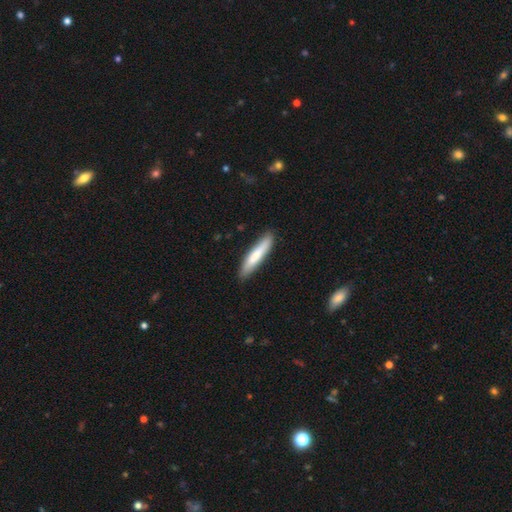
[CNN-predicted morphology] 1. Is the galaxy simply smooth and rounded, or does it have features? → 76% smooth, 19% featured or disk, 5% star or artifact.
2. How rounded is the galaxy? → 88% cigar-shaped, 11% in between, 1% round.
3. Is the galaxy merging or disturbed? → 87% none, 10% minor disturbance, 2% major disturbance, 1% merger.